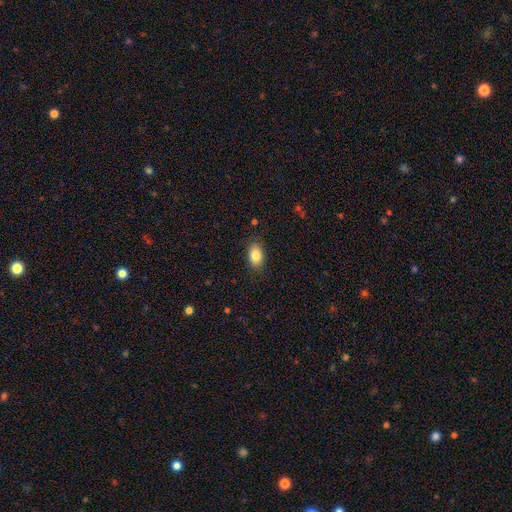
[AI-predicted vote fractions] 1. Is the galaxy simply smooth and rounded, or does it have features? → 85% smooth, 8% star or artifact, 7% featured or disk.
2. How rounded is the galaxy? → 87% in between, 12% round, 2% cigar-shaped.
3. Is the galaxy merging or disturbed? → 87% none, 10% minor disturbance, 2% major disturbance, 1% merger.